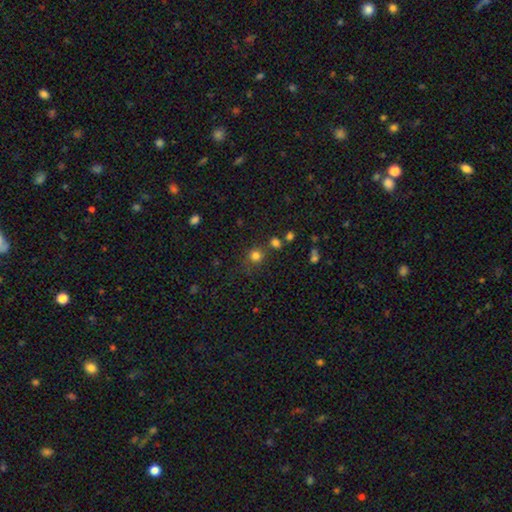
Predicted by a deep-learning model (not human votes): This appears to be a smooth galaxy with no disk features (78%) that is round (91%). Merging: none (75%).